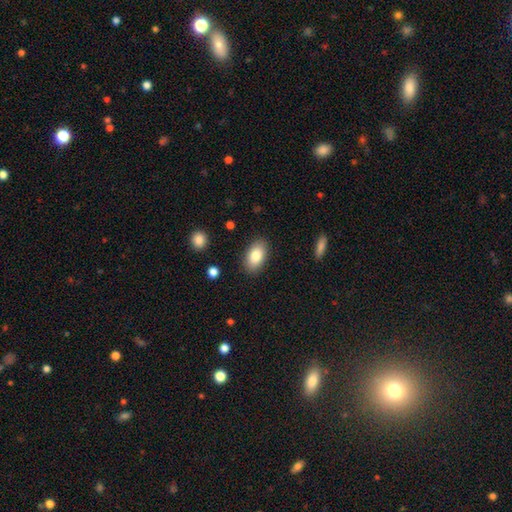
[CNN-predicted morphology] type=smooth (84%); roundness=in between (93%); merging=none (87%).